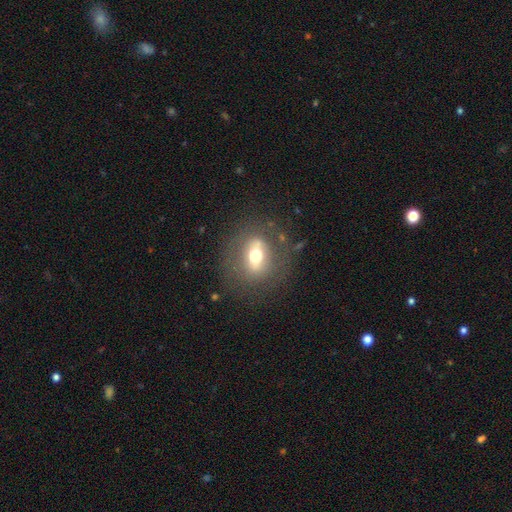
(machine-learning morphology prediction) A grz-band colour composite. It shows a smooth galaxy with no disk features (46%). Merging: none (75%).